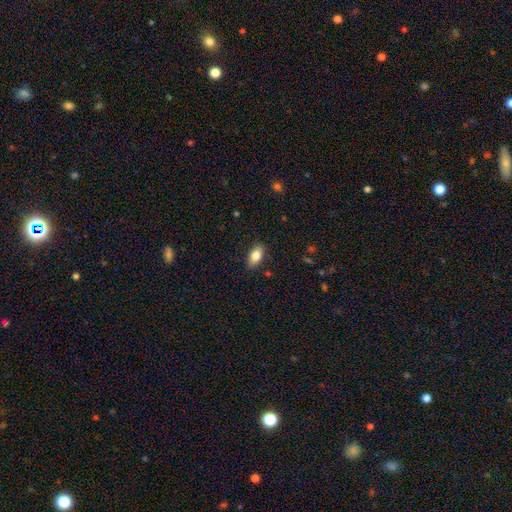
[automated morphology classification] Smooth or featured: smooth — 82% (featured or disk — 11%)
How rounded: in between — 89% (cigar-shaped — 7%)
Merging: none — 87% (minor disturbance — 10%)